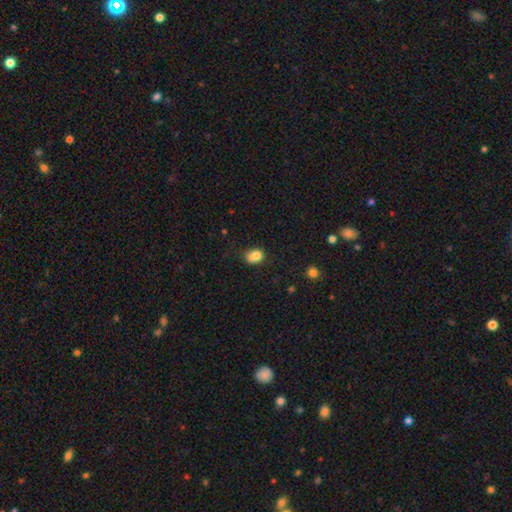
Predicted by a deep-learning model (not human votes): Smooth or featured: smooth — 82% (star or artifact — 11%)
How rounded: in between — 56% (round — 43%)
Merging: none — 56% (minor disturbance — 30%)